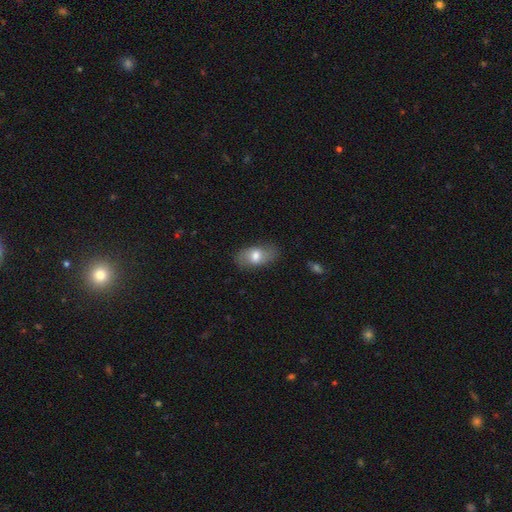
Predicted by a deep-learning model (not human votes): A smooth galaxy with no disk features (69%) that is in between round and cigar-shaped (90%). Merging: none (80%).